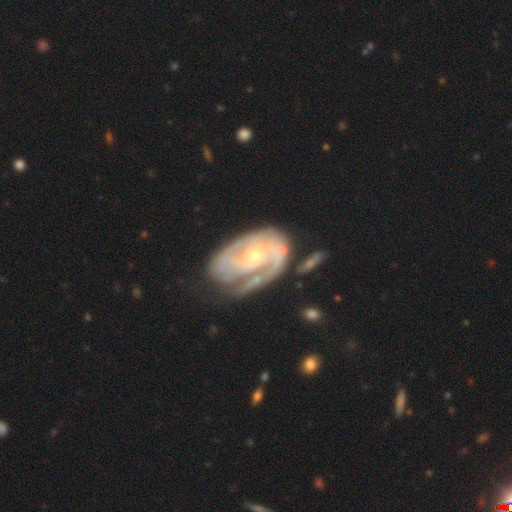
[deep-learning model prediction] featured or disk 85%, smooth 10%, star or artifact 5%. Down the decision tree: edge-on disk — no (97%); bar — no (67%); spiral arms — yes (91%); spiral arm count — 2 (38%); spiral winding — tight (63%); bulge size — small (64%); merging — none (50%).